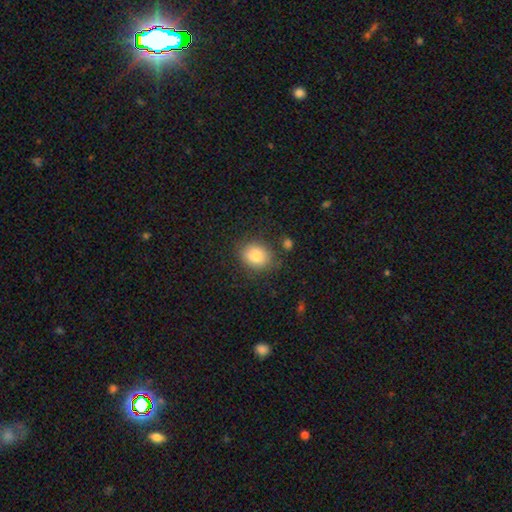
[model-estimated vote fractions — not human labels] This appears to be a smooth galaxy with no disk features (84%) that is round (57%). Merging: none (77%).